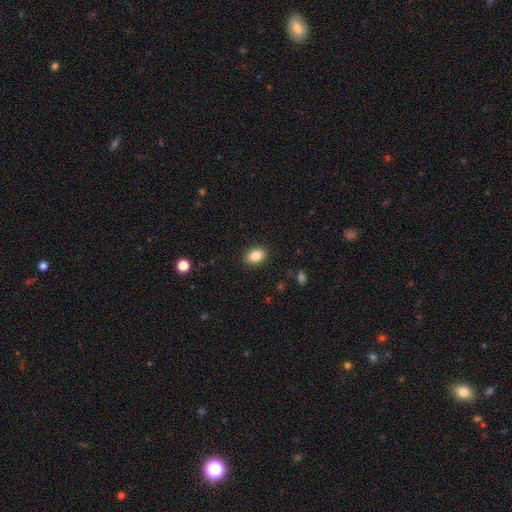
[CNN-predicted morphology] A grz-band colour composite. It shows a smooth galaxy with no disk features (86%) that is in between round and cigar-shaped (82%). Merging: none (89%).